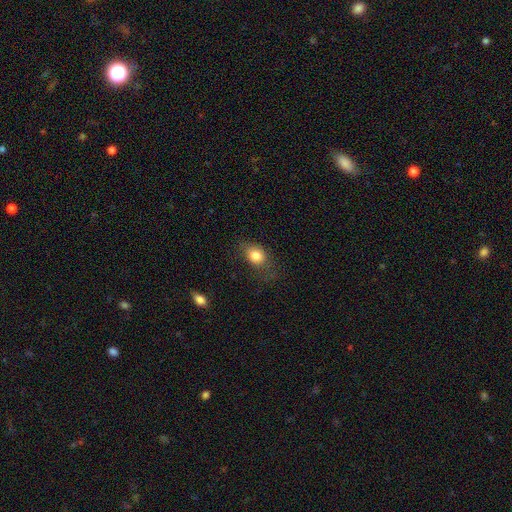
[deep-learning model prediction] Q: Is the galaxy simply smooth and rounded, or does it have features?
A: smooth — 81%.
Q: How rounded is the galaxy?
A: in between — 57%.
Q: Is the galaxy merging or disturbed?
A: none — 56%.